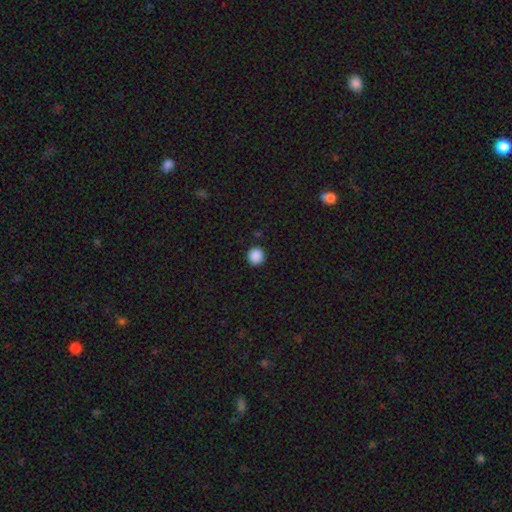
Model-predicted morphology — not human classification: Smooth or featured: smooth — 88% (star or artifact — 9%)
How rounded: round — 93% (in between — 6%)
Merging: none — 92% (minor disturbance — 5%)